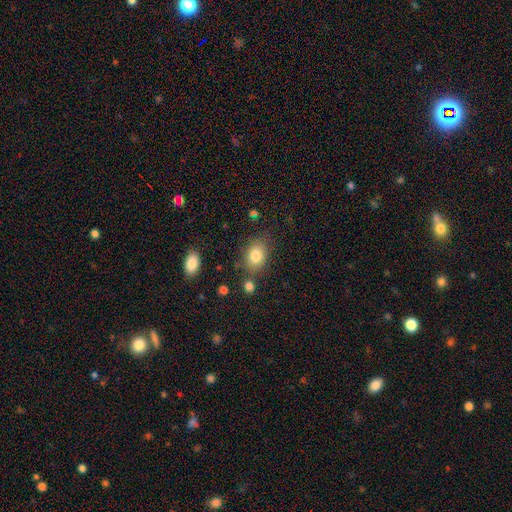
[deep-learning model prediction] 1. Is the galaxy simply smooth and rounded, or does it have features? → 81% smooth, 10% star or artifact, 9% featured or disk.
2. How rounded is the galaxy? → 71% in between, 28% round, 1% cigar-shaped.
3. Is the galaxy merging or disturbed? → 73% none, 15% minor disturbance, 8% merger, 4% major disturbance.